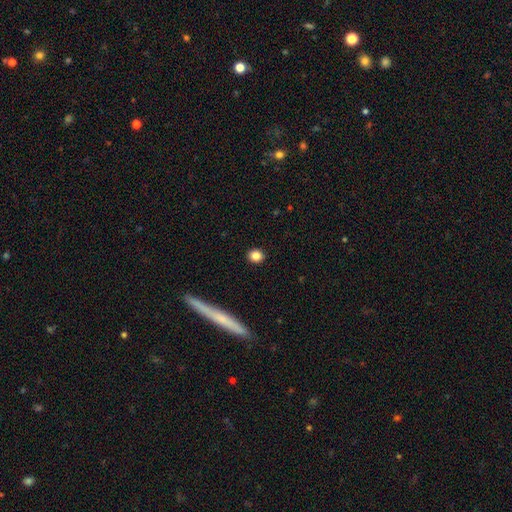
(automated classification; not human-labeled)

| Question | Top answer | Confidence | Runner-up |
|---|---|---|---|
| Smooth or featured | smooth | 84% | star or artifact (10%) |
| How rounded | round | 76% | in between (21%) |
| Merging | none | 91% | minor disturbance (6%) |